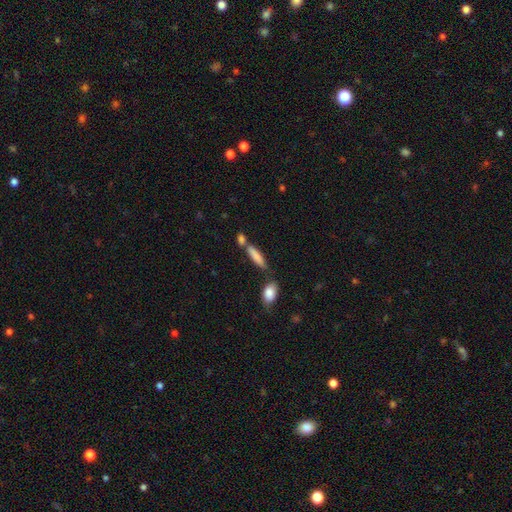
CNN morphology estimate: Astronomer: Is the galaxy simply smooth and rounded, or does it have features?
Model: smooth — 80%.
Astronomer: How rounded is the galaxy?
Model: cigar-shaped — 71%.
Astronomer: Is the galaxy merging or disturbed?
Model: none — 58%.